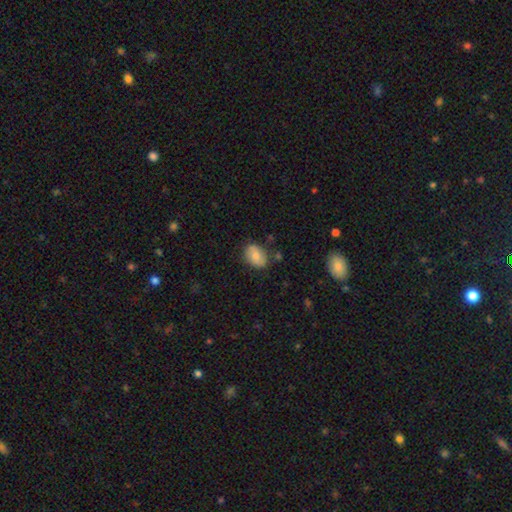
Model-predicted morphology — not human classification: Smooth or featured: smooth — 72% (featured or disk — 21%)
How rounded: in between — 81% (round — 17%)
Merging: none — 76% (minor disturbance — 17%)